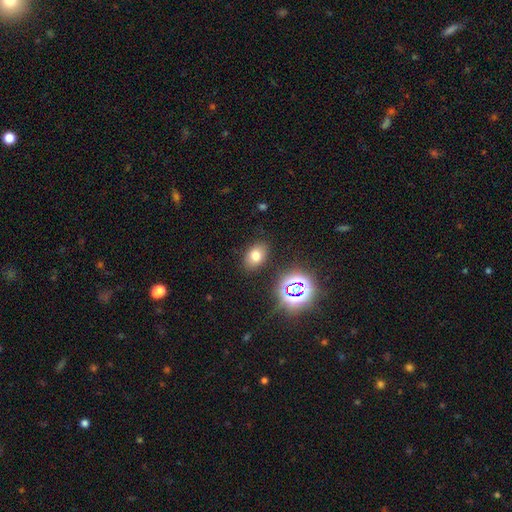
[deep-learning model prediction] Smooth or featured: smooth — 71% (star or artifact — 18%)
How rounded: in between — 81% (round — 18%)
Merging: none — 84% (minor disturbance — 10%)